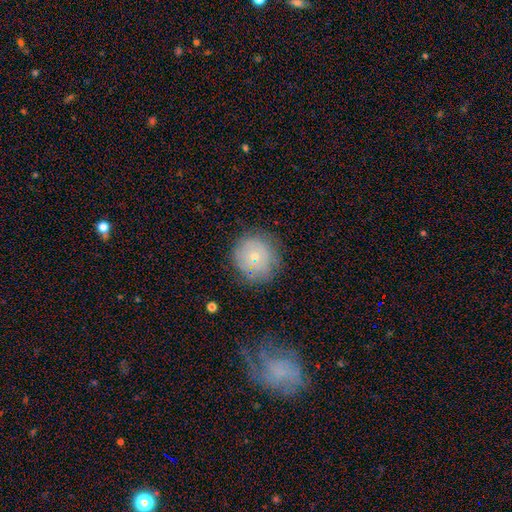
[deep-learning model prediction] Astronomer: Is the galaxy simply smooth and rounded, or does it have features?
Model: smooth — 61%.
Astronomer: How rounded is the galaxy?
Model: round — 91%.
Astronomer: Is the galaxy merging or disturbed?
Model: none — 74%.